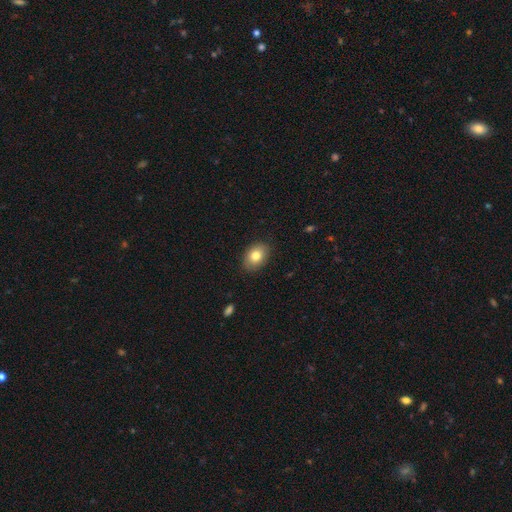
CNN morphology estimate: The model was most divided on "how rounded": in between: 77%, round: 22%, cigar-shaped: 1%. More confident: merging — none (86%); smooth or featured — smooth (80%).